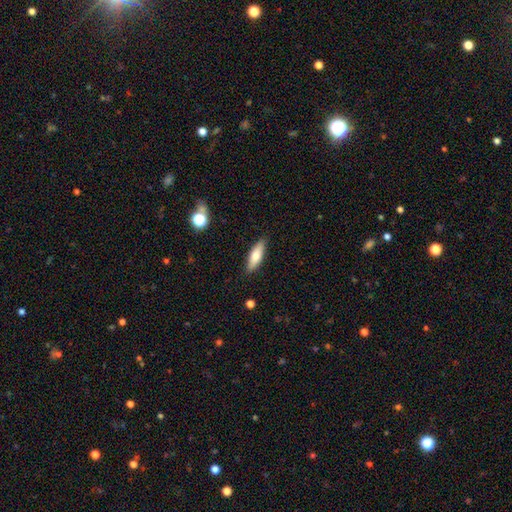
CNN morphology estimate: Overall: smooth (71%). How rounded: in between (50%; cigar-shaped 48%). Merging: none (87%).